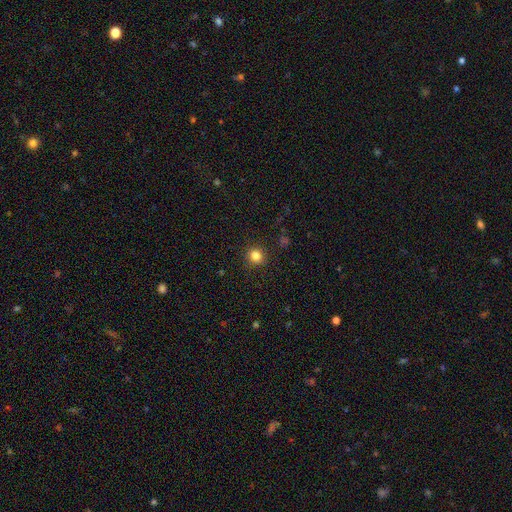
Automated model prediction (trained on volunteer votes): Smooth or featured?
  - smooth: 83% *
  - star or artifact: 12%
  - featured or disk: 5%
How rounded?
  - round: 92% *
  - in between: 7%
  - cigar-shaped: 1%
Merging?
  - none: 91% *
  - minor disturbance: 6%
  - major disturbance: 2%
  - merger: 1%